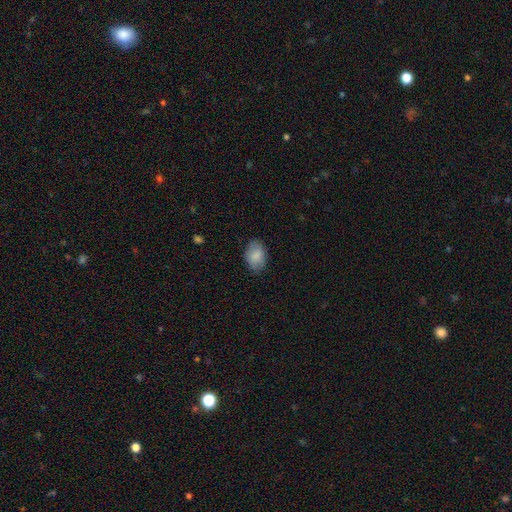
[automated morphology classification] Smooth or featured? Predicted: smooth (p=0.85). How rounded? Predicted: in between (p=0.84). Merging? Predicted: none (p=0.79).